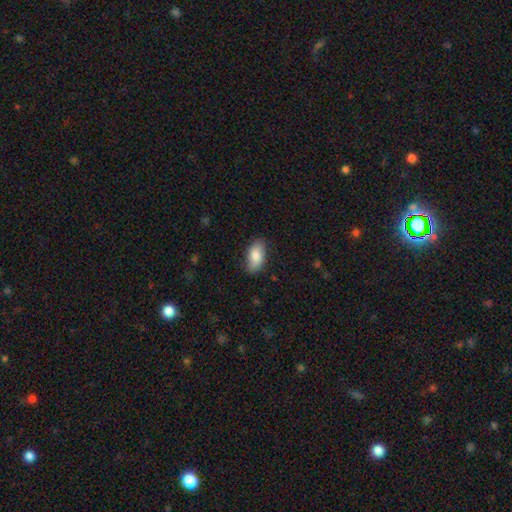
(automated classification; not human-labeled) A smooth galaxy with no disk features (81%) that is in between round and cigar-shaped (93%). Merging: none (80%).